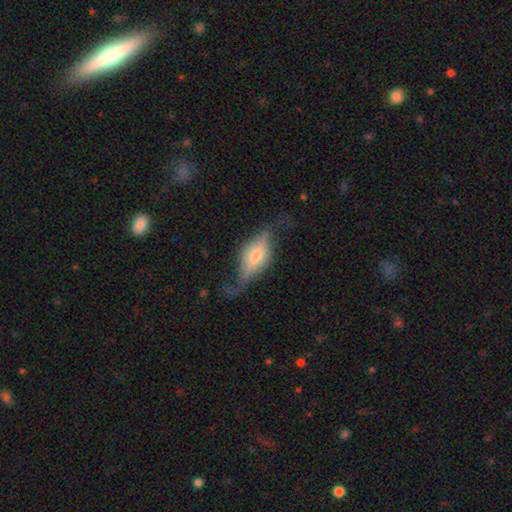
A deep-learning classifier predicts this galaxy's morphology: Overall: featured or disk (68%). Edge-on disk: yes (68%; no 32%). Merging: none (50%; minor disturbance 26%).